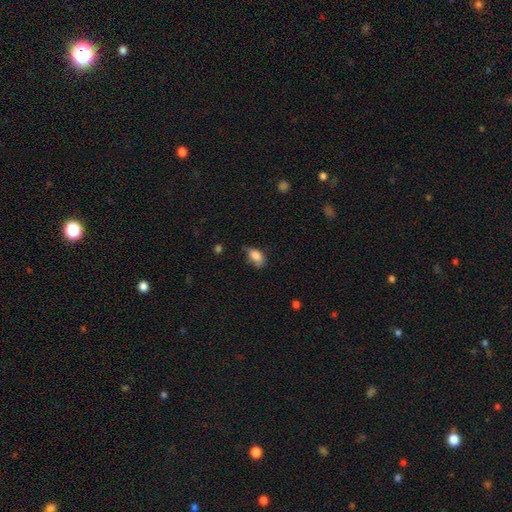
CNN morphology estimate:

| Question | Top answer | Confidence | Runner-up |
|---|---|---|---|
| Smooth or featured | smooth | 82% | featured or disk (10%) |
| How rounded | in between | 87% | round (9%) |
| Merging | minor disturbance | 42% | none (39%) |